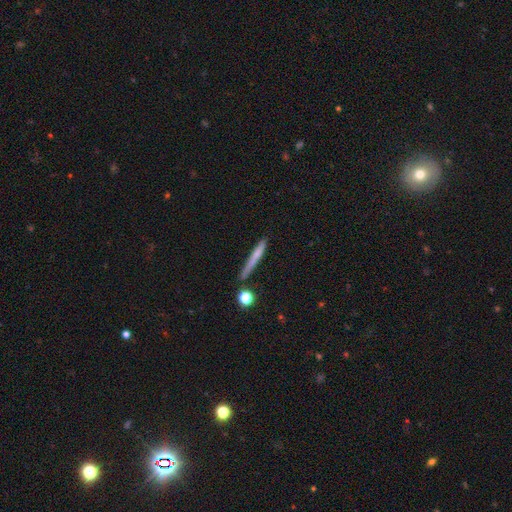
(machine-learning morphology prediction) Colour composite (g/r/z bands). It shows a smooth galaxy with no disk features (59%) that is cigar-shaped (94%). Merging: none (78%).